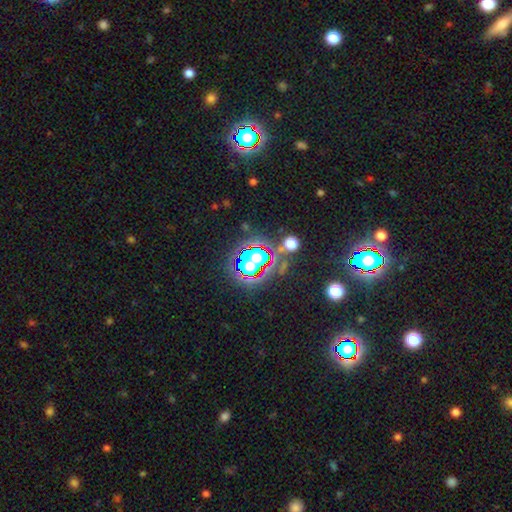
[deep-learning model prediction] Smooth or featured? Predicted: star or artifact (p=0.79).